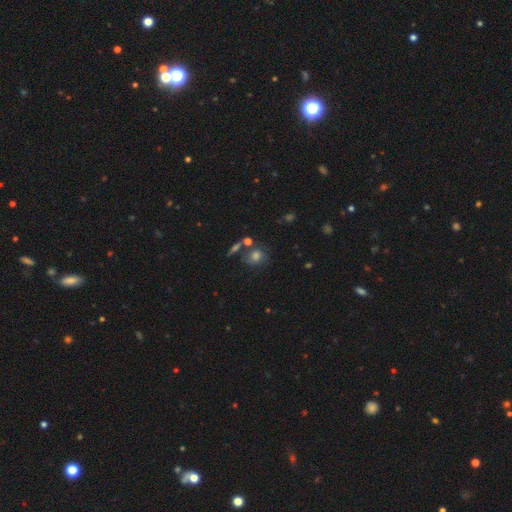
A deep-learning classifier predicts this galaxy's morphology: Smooth or featured: smooth — 60% (featured or disk — 24%)
How rounded: round — 72% (in between — 26%)
Merging: none — 60% (minor disturbance — 17%)